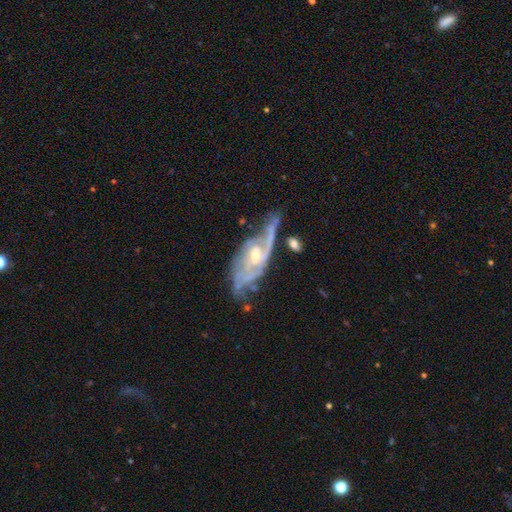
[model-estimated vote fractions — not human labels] This appears to be a featured or disk galaxy (87%) with no bar (51%), 2 (40%) medium (43%) spiral arms (93%) and a small central bulge (57%). Merging: none (45%).